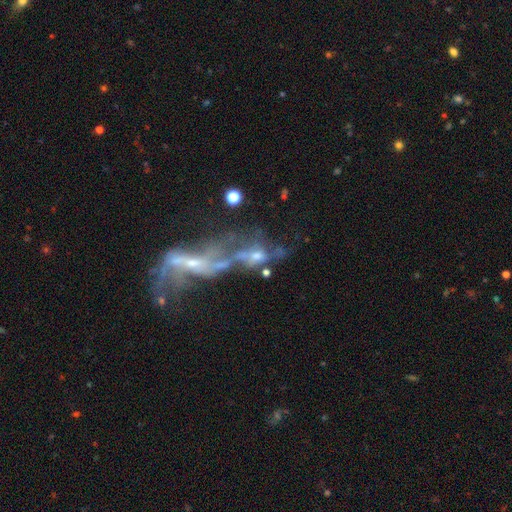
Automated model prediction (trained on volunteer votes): Overall: featured or disk (57%; smooth 22%). Edge-on disk: no (90%). Bar: no (74%). Spiral arms: no (67%; yes 33%). Bulge size: small (33%; none 29%). Merging: merger (59%; major disturbance 21%).